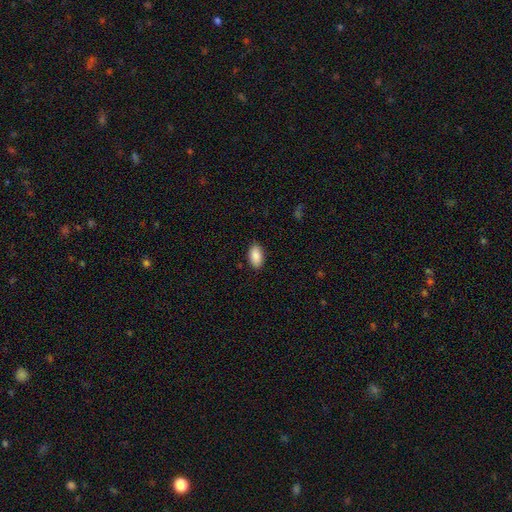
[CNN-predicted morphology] A smooth galaxy with no disk features (89%) that is in between round and cigar-shaped (93%).

Vote fractions:
- Smooth or featured? smooth: 89% / star or artifact: 7% / featured or disk: 5%
- How rounded? in between: 93% / round: 4% / cigar-shaped: 3%
- Merging? none: 86% / minor disturbance: 11% / major disturbance: 2% / merger: 1%